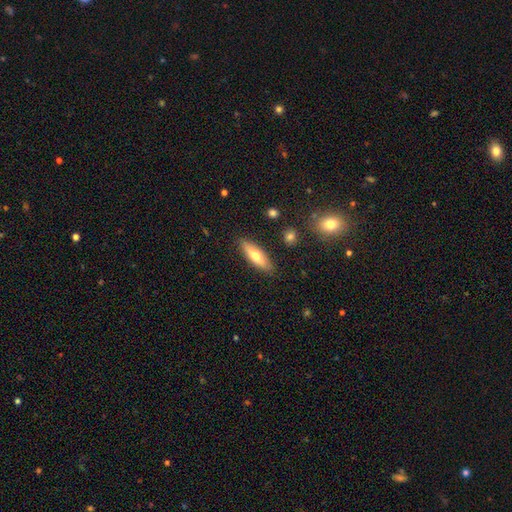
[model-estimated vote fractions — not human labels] Overall: smooth (59%; featured or disk 35%). How rounded: cigar-shaped (57%; in between 41%). Merging: none (87%).